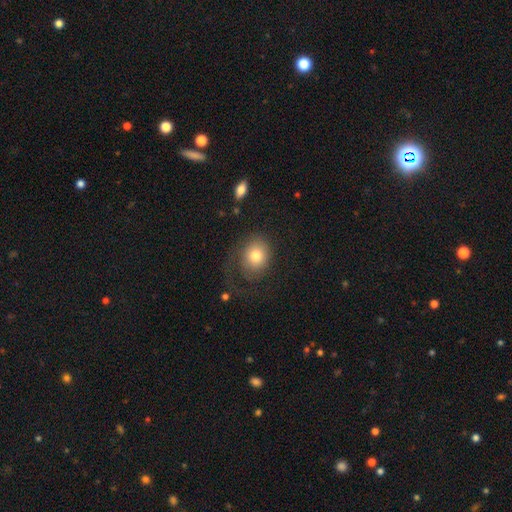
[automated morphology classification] A smooth galaxy with no disk features (75%) that is round (60%).

Vote fractions:
- Smooth or featured? smooth: 75% / featured or disk: 16% / star or artifact: 9%
- How rounded? round: 60% / in between: 39% / cigar-shaped: 1%
- Merging? none: 53% / major disturbance: 27% / minor disturbance: 18% / merger: 2%